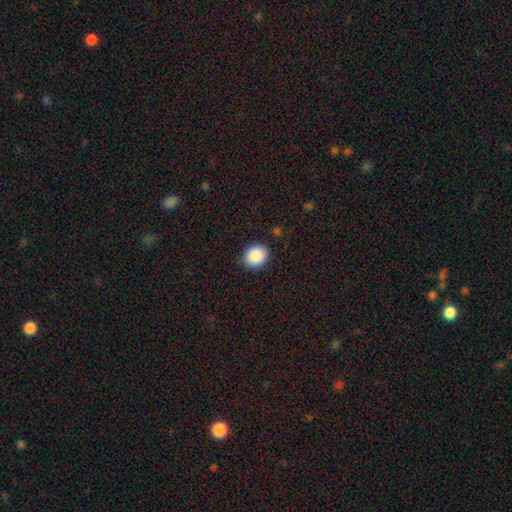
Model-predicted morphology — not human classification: The model was most divided on "how rounded": round: 71%, in between: 28%, cigar-shaped: 1%. More confident: merging — none (90%); smooth or featured — smooth (89%).